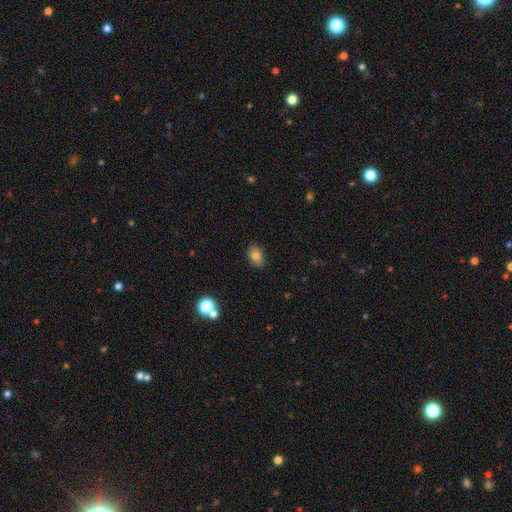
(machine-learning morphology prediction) Q: Smooth or featured?
A: smooth (80%); runner-up: star or artifact (10%)
Q: How rounded?
A: in between (83%); runner-up: round (15%)
Q: Merging?
A: none (85%); runner-up: minor disturbance (11%)